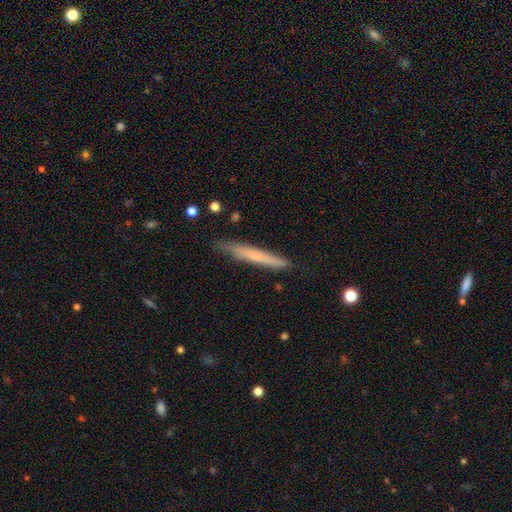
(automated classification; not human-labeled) Smooth or featured? smooth (61%)
How rounded? cigar-shaped (96%)
Merging? none (82%)